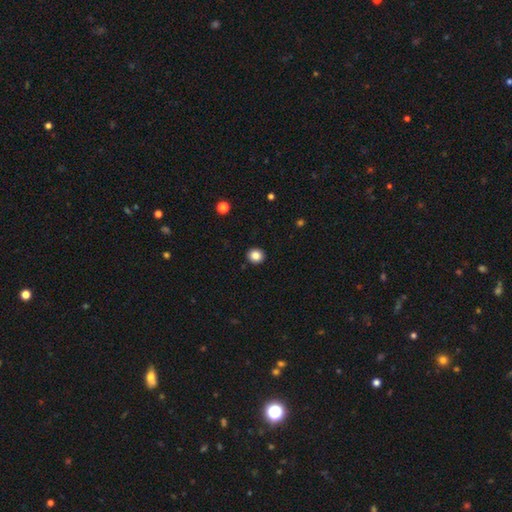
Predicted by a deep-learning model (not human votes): Smooth or featured? smooth (85%)
How rounded? round (86%)
Merging? none (92%)